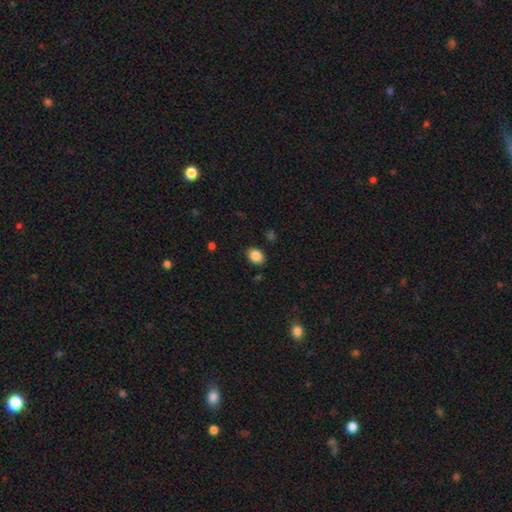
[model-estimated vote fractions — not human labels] Overall: smooth (87%). How rounded: in between (62%; round 37%). Merging: none (87%).